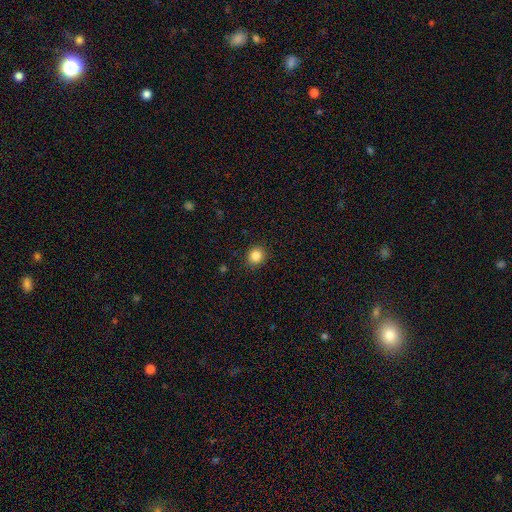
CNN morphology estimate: A smooth galaxy with no disk features (85%) that is round (85%). Merging: none (90%).